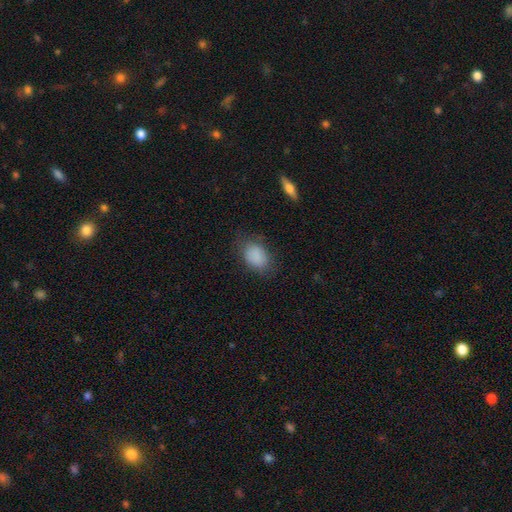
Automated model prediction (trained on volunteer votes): smooth_or_featured: smooth (p=0.86) [alt: star or artifact p=0.08]
how_rounded: in between (p=0.73) [alt: round p=0.26]
merging: none (p=0.72) [alt: minor disturbance p=0.19]